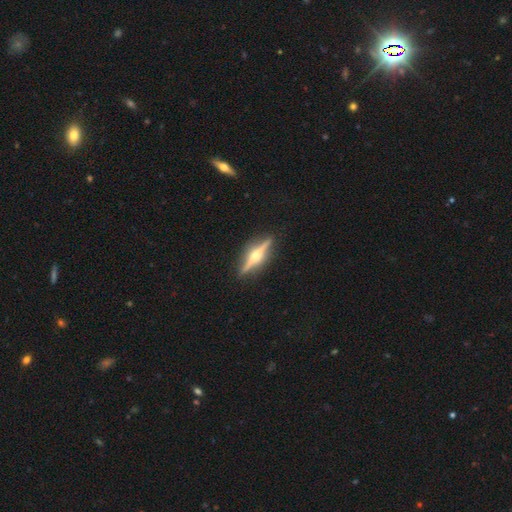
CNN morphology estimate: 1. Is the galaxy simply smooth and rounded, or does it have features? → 82% featured or disk, 13% smooth, 5% star or artifact.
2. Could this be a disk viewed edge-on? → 97% yes, 3% no.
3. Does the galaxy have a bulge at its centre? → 95% rounded, 3% boxy, 2% none.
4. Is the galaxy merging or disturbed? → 89% none, 8% minor disturbance, 2% major disturbance, 1% merger.